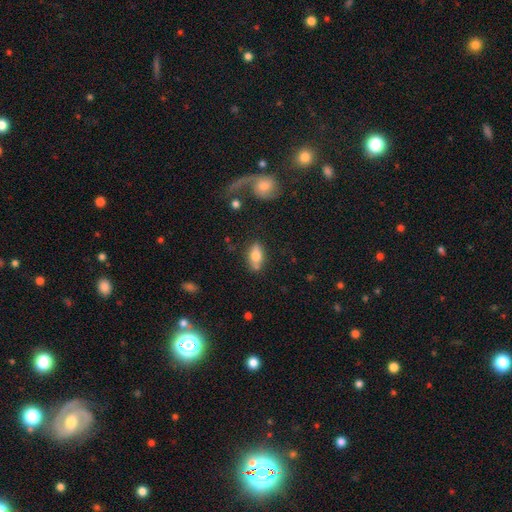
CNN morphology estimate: Q: Smooth or featured?
A: smooth (69%); runner-up: featured or disk (23%)
Q: How rounded?
A: in between (84%); runner-up: cigar-shaped (10%)
Q: Merging?
A: none (72%); runner-up: minor disturbance (16%)